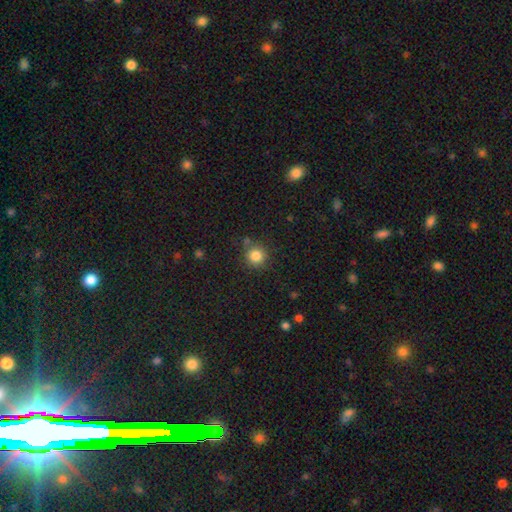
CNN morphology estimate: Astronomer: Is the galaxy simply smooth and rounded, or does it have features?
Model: smooth — 84%.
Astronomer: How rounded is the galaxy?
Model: round — 93%.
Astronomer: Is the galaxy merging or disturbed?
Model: none — 80%.